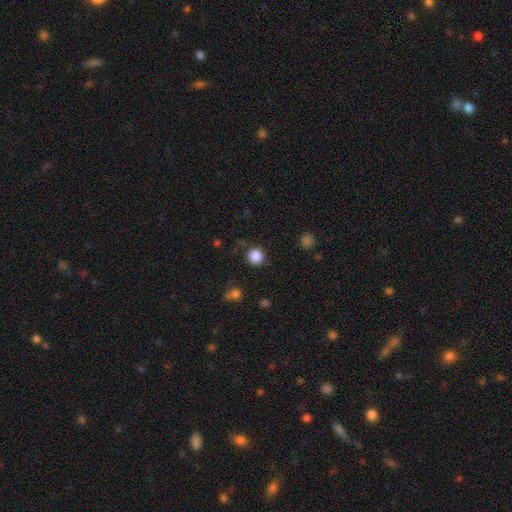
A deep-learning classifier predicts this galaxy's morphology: Smooth or featured? smooth (86%)
How rounded? round (94%)
Merging? none (88%)